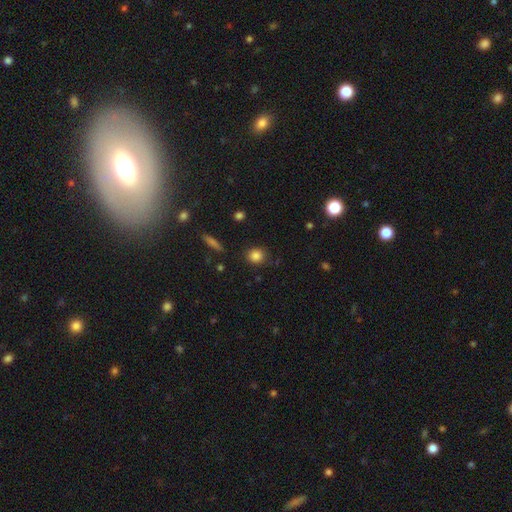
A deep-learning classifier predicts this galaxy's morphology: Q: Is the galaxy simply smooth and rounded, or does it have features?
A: smooth — 84%.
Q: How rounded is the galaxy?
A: round — 81%.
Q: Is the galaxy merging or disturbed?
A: none — 84%.